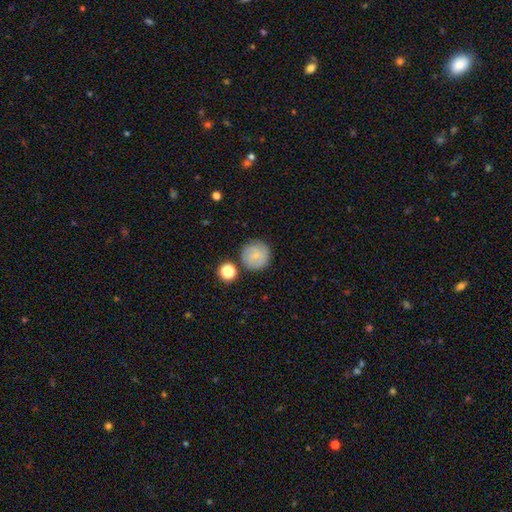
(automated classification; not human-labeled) The model was most divided on "smooth or featured": smooth: 64%, featured or disk: 26%, star or artifact: 9%. More confident: how rounded — round (94%); merging — none (76%).